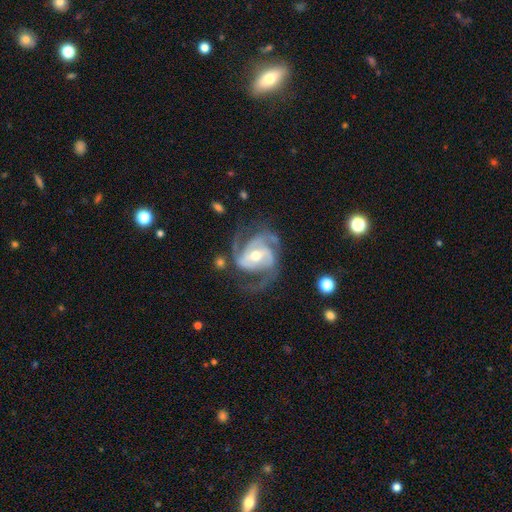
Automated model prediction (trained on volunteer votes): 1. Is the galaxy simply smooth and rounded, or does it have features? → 91% featured or disk, 4% smooth, 4% star or artifact.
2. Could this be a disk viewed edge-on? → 98% no, 2% yes.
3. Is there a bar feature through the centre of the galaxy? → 41% weak, 35% strong, 24% no.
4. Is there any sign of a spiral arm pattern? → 98% yes, 2% no.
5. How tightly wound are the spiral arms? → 54% medium, 30% tight, 16% loose.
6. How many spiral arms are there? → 43% 3, 37% 2, 8% can't tell, 6% 4, 4% 1, 3% more than 4.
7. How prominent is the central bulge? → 61% moderate, 33% small, 4% large, 1% none, 1% dominant.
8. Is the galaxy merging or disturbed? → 60% none, 19% minor disturbance, 18% major disturbance, 3% merger.